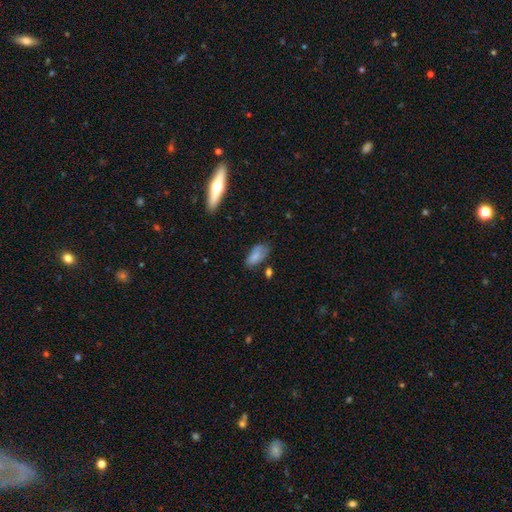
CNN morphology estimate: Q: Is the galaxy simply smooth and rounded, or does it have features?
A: smooth — 76%.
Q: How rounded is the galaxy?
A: in between — 92%.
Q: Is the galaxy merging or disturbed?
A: none — 60%.